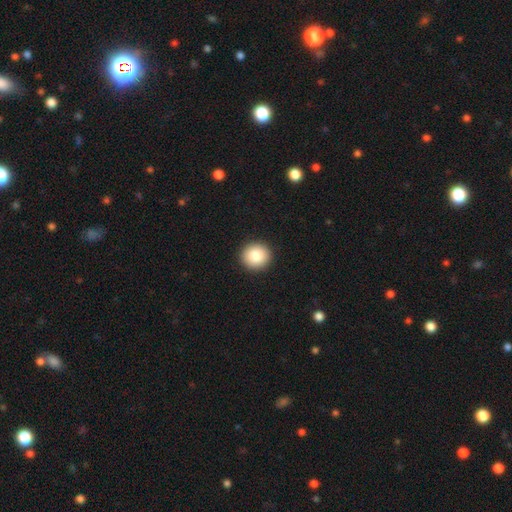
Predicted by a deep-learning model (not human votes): This is clearly a smooth galaxy (84%). How rounded: clearly round (91%). Merging: clearly none (93%).